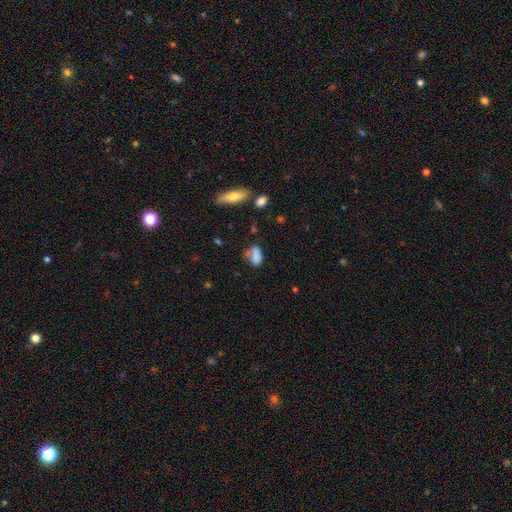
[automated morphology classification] Overall: smooth (76%). How rounded: in between (84%). Merging: none (43%; minor disturbance 27%).